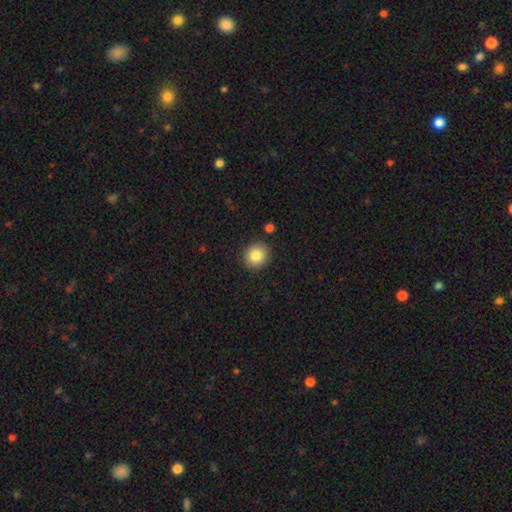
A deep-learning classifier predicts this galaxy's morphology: Q: Smooth or featured?
A: smooth (84%); runner-up: star or artifact (9%)
Q: How rounded?
A: round (84%); runner-up: in between (15%)
Q: Merging?
A: none (88%); runner-up: minor disturbance (7%)